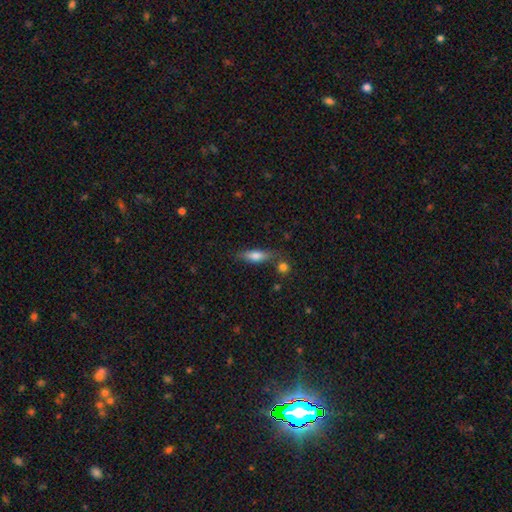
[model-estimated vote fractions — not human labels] Overall: smooth (73%). How rounded: in between (56%; cigar-shaped 41%). Merging: none (69%).